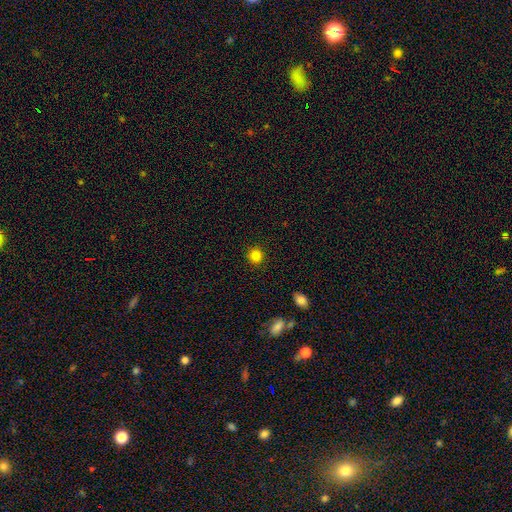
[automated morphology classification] This is clearly a smooth galaxy (84%). How rounded: clearly round (93%). Merging: clearly none (92%).